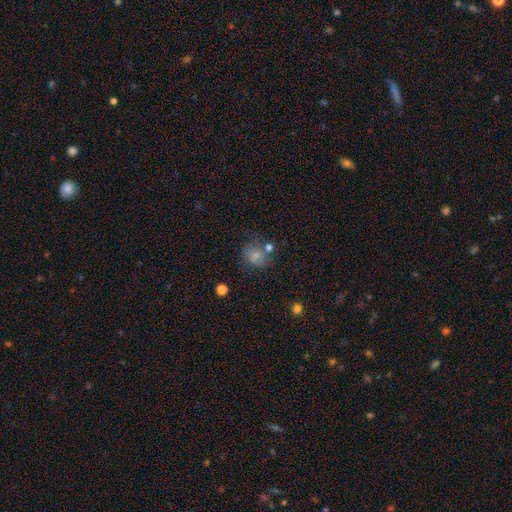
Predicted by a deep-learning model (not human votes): The model was most divided on "how rounded": round: 64%, in between: 35%, cigar-shaped: 1%. More confident: smooth or featured — smooth (72%); merging — none (53%).